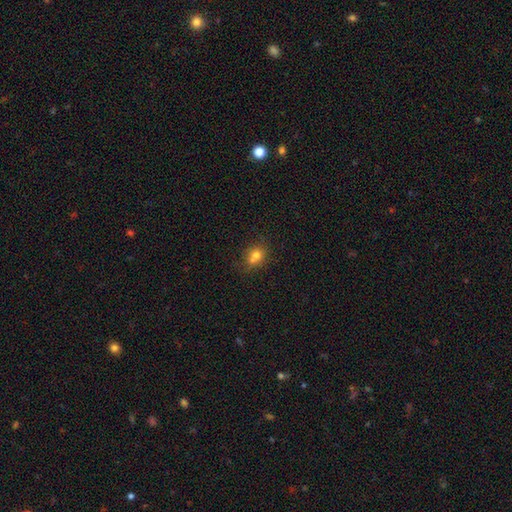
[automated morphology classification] smooth-or-featured: smooth: 73% | star or artifact: 13% | featured or disk: 13%
  how-rounded: round: 65% | in between: 33% | cigar-shaped: 1%
  merging: none: 46% | merger: 35% | minor disturbance: 14% | major disturbance: 5%